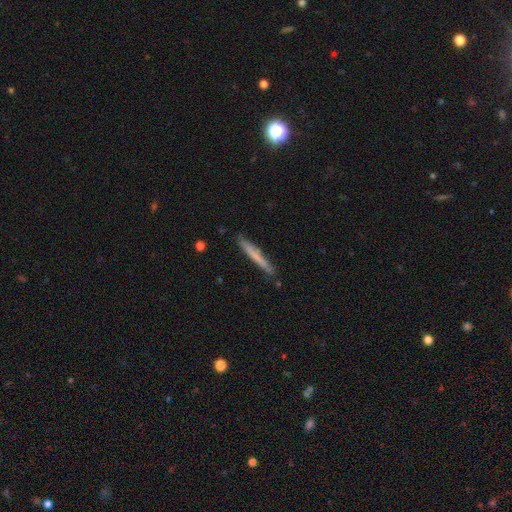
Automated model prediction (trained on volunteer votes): Q: Smooth or featured?
A: smooth (65%); runner-up: featured or disk (30%)
Q: How rounded?
A: cigar-shaped (97%); runner-up: in between (2%)
Q: Merging?
A: none (87%); runner-up: minor disturbance (10%)